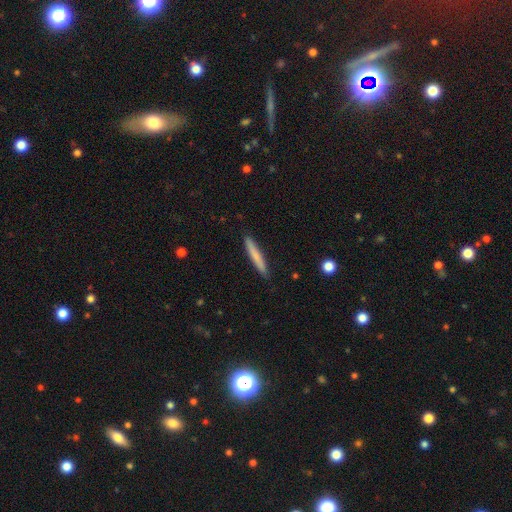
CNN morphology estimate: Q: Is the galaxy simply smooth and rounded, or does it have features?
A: smooth — 73%.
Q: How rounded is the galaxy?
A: cigar-shaped — 96%.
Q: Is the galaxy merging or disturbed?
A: none — 90%.